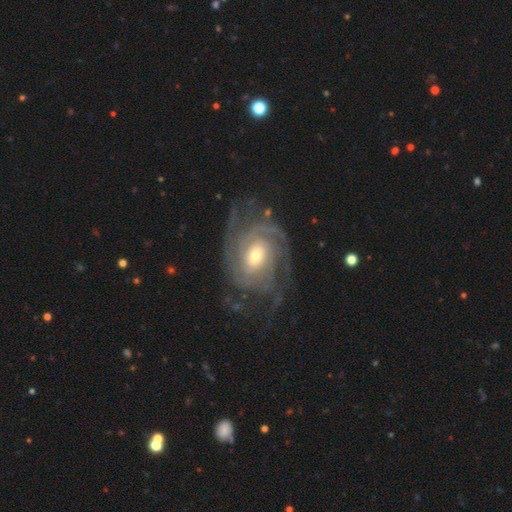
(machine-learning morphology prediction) Smooth or featured?
  - featured or disk: 90% *
  - smooth: 5%
  - star or artifact: 5%
Edge-on disk?
  - no: 97% *
  - yes: 3%
Bar?
  - no: 58% *
  - weak: 31%
  - strong: 11%
Spiral arms?
  - yes: 97% *
  - no: 3%
Spiral winding?
  - tight: 65% *
  - medium: 29%
  - loose: 7%
Spiral arm count?
  - 2: 25% *
  - 3: 23%
  - can't tell: 23%
  - 4: 15%
  - more than 4: 8%
  - 1: 7%
Bulge size?
  - moderate: 53% *
  - small: 39%
  - large: 7%
  - none: 1%
  - dominant: 1%
Merging?
  - none: 68% *
  - minor disturbance: 17%
  - major disturbance: 13%
  - merger: 2%